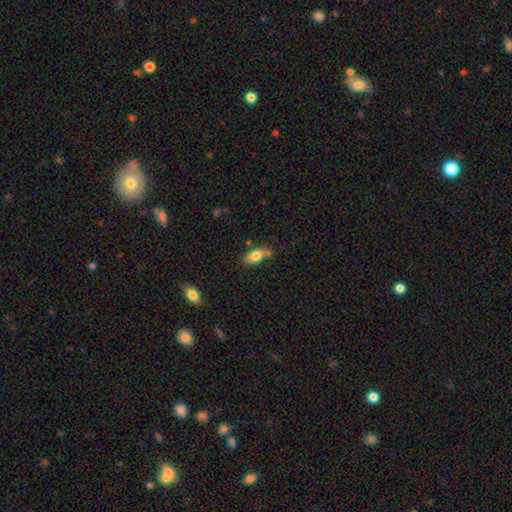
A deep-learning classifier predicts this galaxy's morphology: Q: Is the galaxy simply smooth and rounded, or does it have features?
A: smooth — 80%.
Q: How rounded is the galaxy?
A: in between — 87%.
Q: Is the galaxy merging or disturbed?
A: none — 62%.